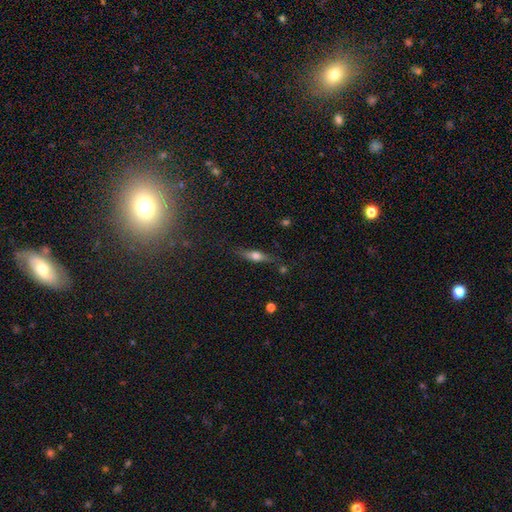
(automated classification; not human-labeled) Smooth or featured? Predicted: smooth (p=0.48). Merging? Predicted: none (p=0.77).